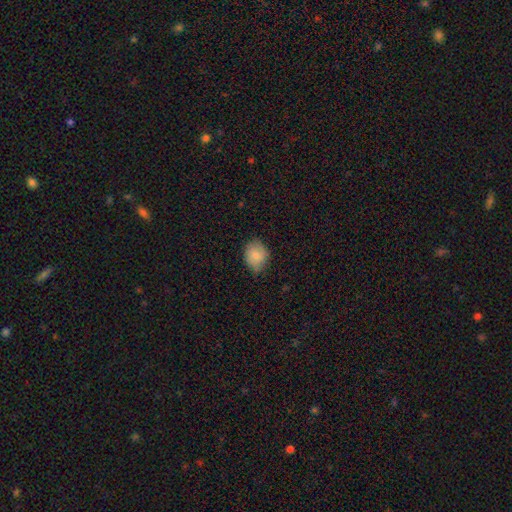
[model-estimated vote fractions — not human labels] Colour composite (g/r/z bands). It shows a smooth galaxy with no disk features (82%) that is in between round and cigar-shaped (51%). Merging: none (66%).